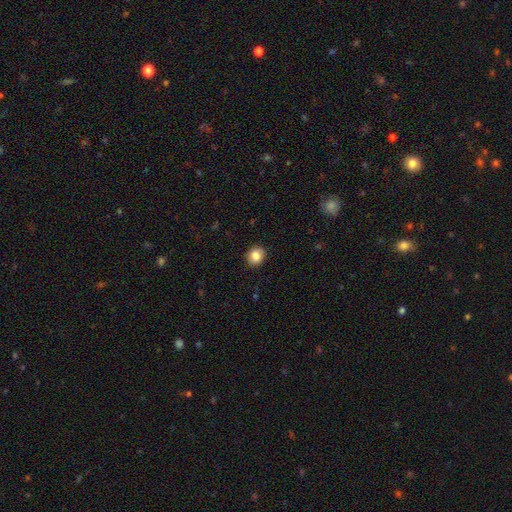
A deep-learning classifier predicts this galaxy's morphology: smooth 84%, star or artifact 9%, featured or disk 6%. Down the decision tree: how rounded — round (71%); merging — none (91%).